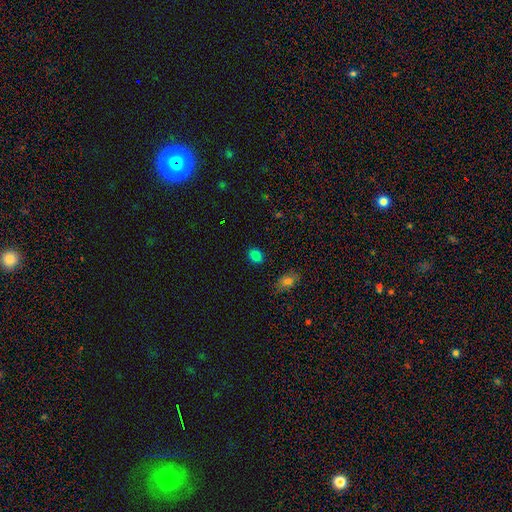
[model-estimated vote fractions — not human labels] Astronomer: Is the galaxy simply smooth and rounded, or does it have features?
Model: smooth — 82%.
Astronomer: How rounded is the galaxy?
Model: in between — 53% (runner-up: round, 46%).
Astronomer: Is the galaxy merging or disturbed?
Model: none — 88%.